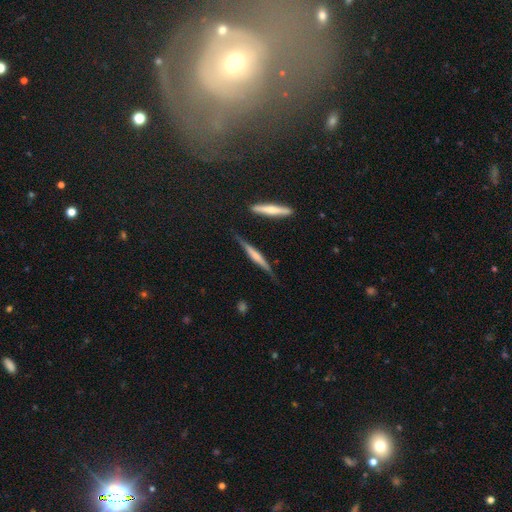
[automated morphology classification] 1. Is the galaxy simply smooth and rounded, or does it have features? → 67% featured or disk, 26% smooth, 7% star or artifact.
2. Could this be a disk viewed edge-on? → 96% yes, 4% no.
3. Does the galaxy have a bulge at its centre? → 47% rounded, 27% boxy, 26% none.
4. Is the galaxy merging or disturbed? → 76% none, 18% minor disturbance, 4% major disturbance, 3% merger.